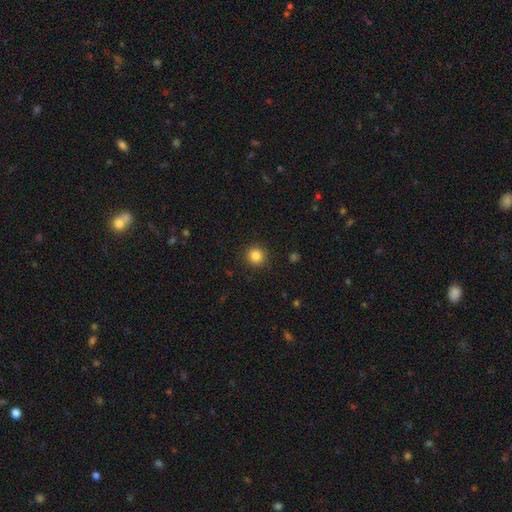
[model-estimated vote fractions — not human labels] Smooth or featured? smooth (85%)
How rounded? round (93%)
Merging? none (91%)